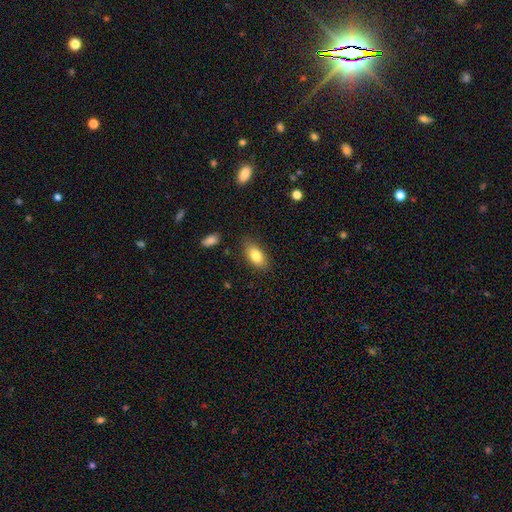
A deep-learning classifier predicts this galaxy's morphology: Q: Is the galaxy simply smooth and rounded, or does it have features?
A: smooth — 82%.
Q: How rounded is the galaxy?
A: in between — 88%.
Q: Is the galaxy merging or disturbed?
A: none — 83%.